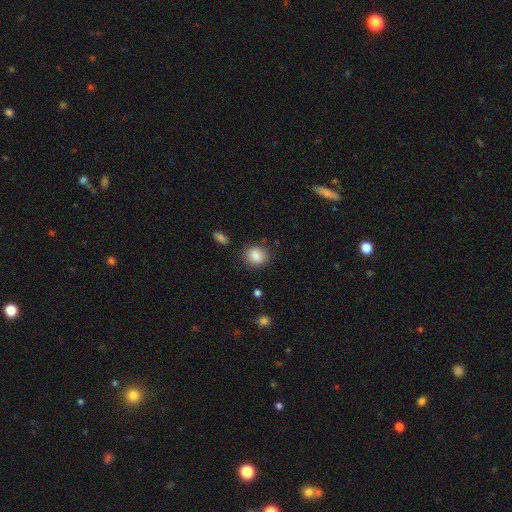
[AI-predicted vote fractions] smooth-or-featured: smooth: 86% | star or artifact: 8% | featured or disk: 5%
  how-rounded: round: 61% | in between: 38% | cigar-shaped: 1%
  merging: none: 81% | minor disturbance: 13% | major disturbance: 4% | merger: 3%